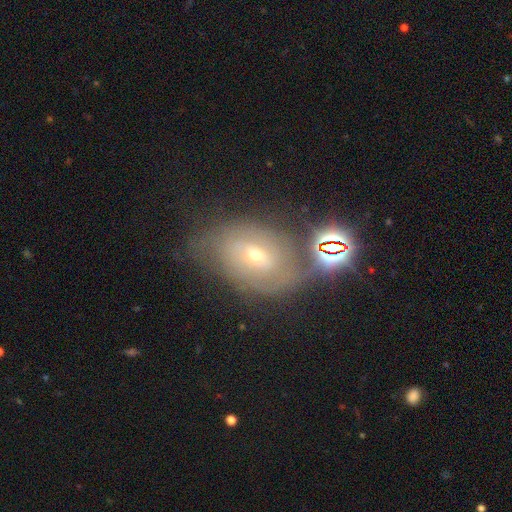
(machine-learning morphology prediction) The model was most divided on "bar": no: 48%, weak: 39%, strong: 12%. More confident: edge-on disk — no (93%); spiral arms — yes (79%); smooth or featured — featured or disk (62%); bulge size — small (57%); merging — none (57%).